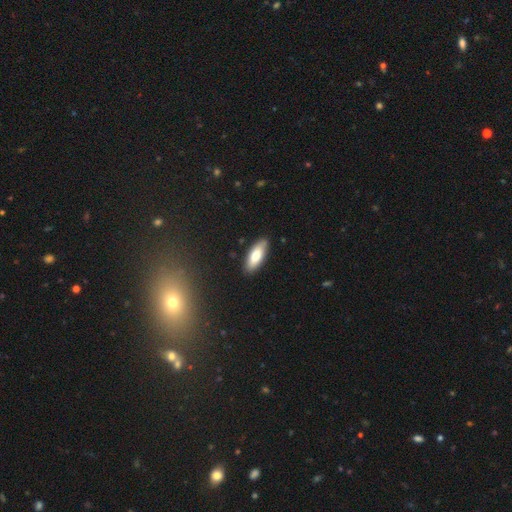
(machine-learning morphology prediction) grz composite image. It shows a smooth galaxy with no disk features (76%) that is in between round and cigar-shaped (75%). Merging: none (88%).